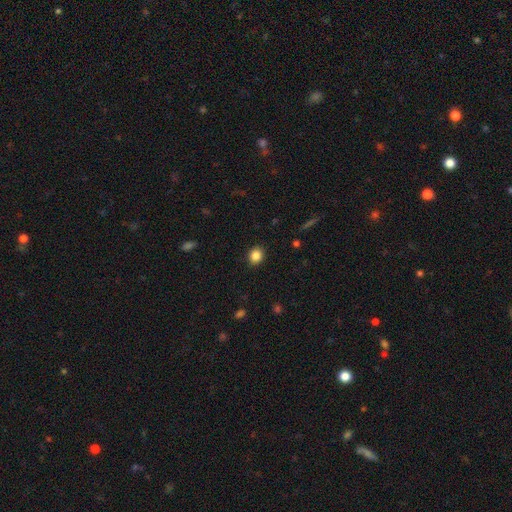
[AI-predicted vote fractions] smooth_or_featured: smooth (p=0.86) [alt: star or artifact p=0.10]
how_rounded: round (p=0.71) [alt: in between p=0.28]
merging: none (p=0.89) [alt: minor disturbance p=0.07]